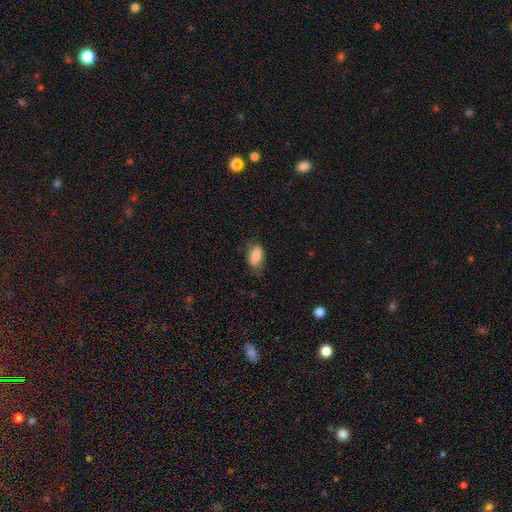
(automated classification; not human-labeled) Smooth or featured? smooth (83%)
How rounded? in between (90%)
Merging? none (64%)